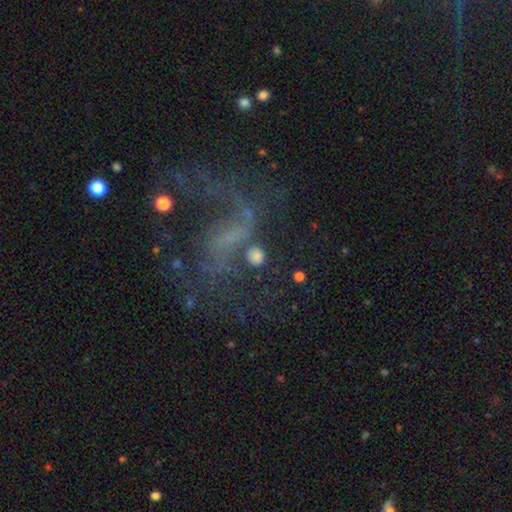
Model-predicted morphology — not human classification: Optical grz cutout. It shows a smooth galaxy with no disk features (45%). Merging: none (56%).